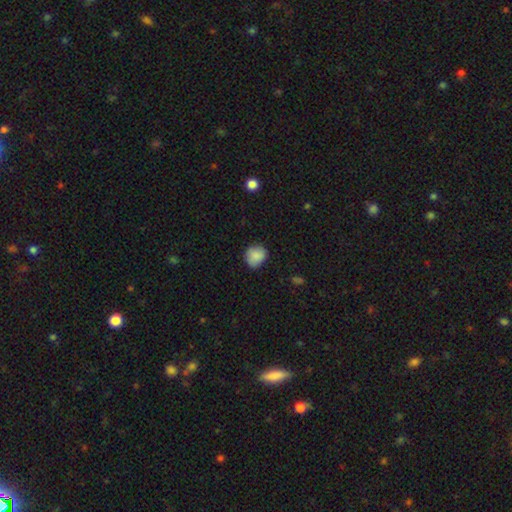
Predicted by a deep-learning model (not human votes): Smooth or featured? Predicted: smooth (p=0.87). How rounded? Predicted: round (p=0.75). Merging? Predicted: none (p=0.74).